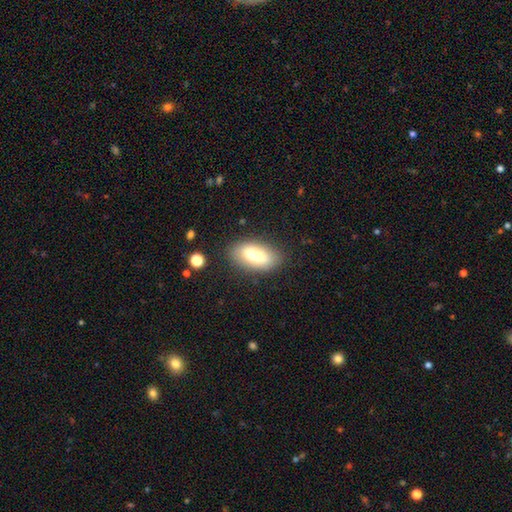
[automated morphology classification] This is likely a smooth galaxy (76%). How rounded: clearly in between (84%). Merging: clearly none (82%).